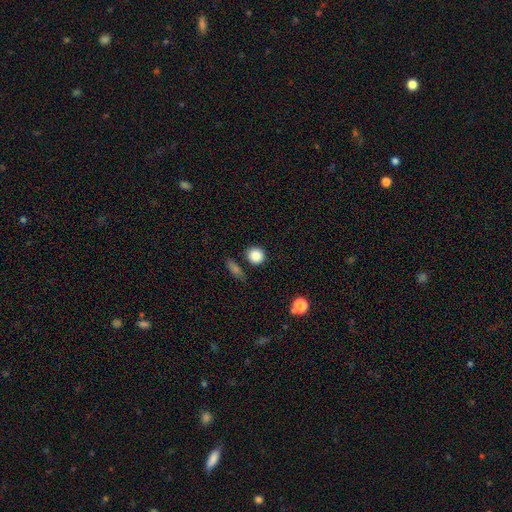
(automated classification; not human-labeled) Smooth or featured? smooth (86%)
How rounded? round (89%)
Merging? none (80%)